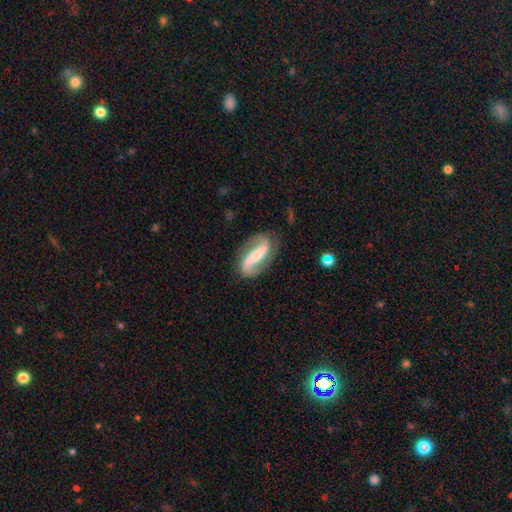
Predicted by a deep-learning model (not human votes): A featured or disk galaxy (82%) with a strong bar (60%), 2 (92%) loose (60%) spiral arms (94%) and a small central bulge (51%).

Vote fractions:
- Smooth or featured? featured or disk: 82% / smooth: 13% / star or artifact: 5%
- Edge-on disk? no: 92% / yes: 8%
- Bar? strong: 60% / weak: 22% / no: 18%
- Spiral arms? yes: 94% / no: 6%
- Spiral winding? loose: 60% / medium: 28% / tight: 12%
- Spiral arm count? 2: 92% / can't tell: 3% / 1: 3% / 3: 1% / 4: 1% / more than 4: 1%
- Bulge size? small: 51% / moderate: 37% / large: 5% / none: 5% / dominant: 2%
- Merging? none: 80% / minor disturbance: 14% / major disturbance: 5% / merger: 2%